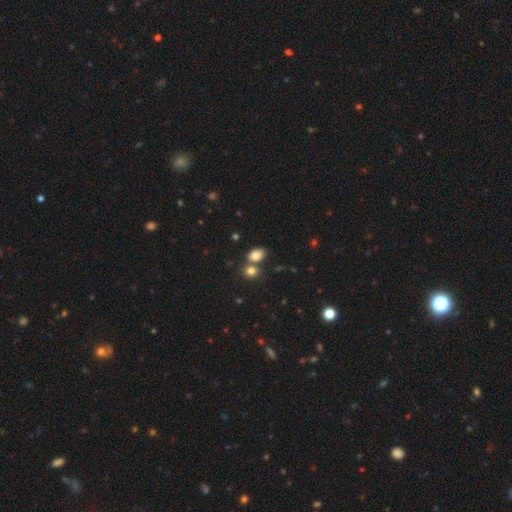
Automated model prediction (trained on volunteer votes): Smooth or featured? Predicted: smooth (p=0.82). How rounded? Predicted: in between (p=0.75). Merging? Predicted: none (p=0.54).